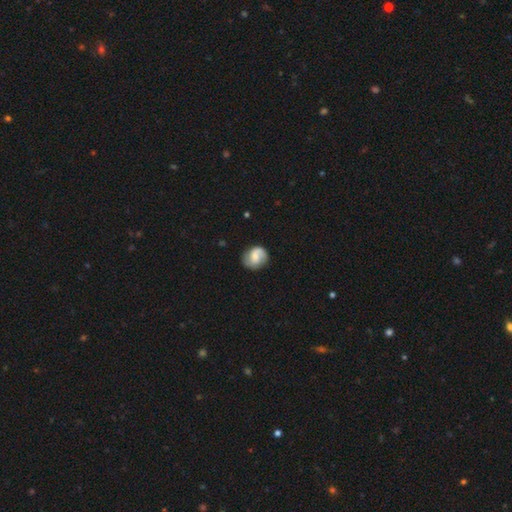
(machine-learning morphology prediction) Smooth or featured?
  - featured or disk: 58% *
  - smooth: 35%
  - star or artifact: 7%
Edge-on disk?
  - no: 98% *
  - yes: 2%
Bar?
  - weak: 47% *
  - no: 42%
  - strong: 11%
Spiral arms?
  - yes: 91% *
  - no: 9%
Spiral winding?
  - medium: 43% *
  - loose: 34%
  - tight: 23%
Spiral arm count?
  - 2: 83% *
  - can't tell: 7%
  - 1: 6%
  - 3: 2%
  - 4: 1%
  - more than 4: 1%
Bulge size?
  - moderate: 44% *
  - small: 38%
  - none: 10%
  - large: 6%
  - dominant: 1%
Merging?
  - none: 79% *
  - minor disturbance: 16%
  - major disturbance: 4%
  - merger: 1%